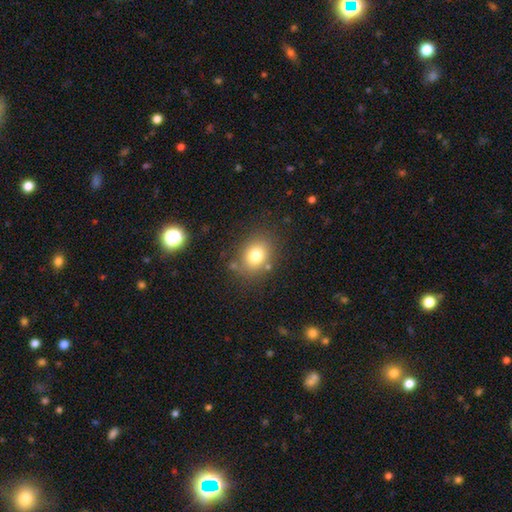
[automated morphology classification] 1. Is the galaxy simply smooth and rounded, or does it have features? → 77% smooth, 12% star or artifact, 11% featured or disk.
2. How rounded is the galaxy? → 50% round, 49% in between, 1% cigar-shaped.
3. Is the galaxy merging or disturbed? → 79% none, 12% minor disturbance, 5% merger, 5% major disturbance.